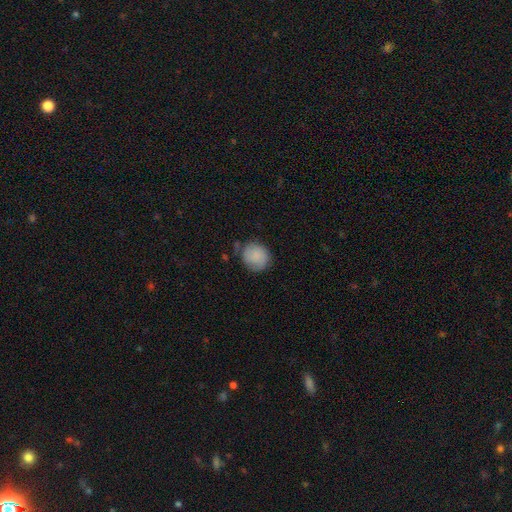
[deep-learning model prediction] smooth_or_featured: smooth (p=0.76) [alt: featured or disk p=0.17]
how_rounded: round (p=0.81) [alt: in between p=0.18]
merging: none (p=0.69) [alt: minor disturbance p=0.21]